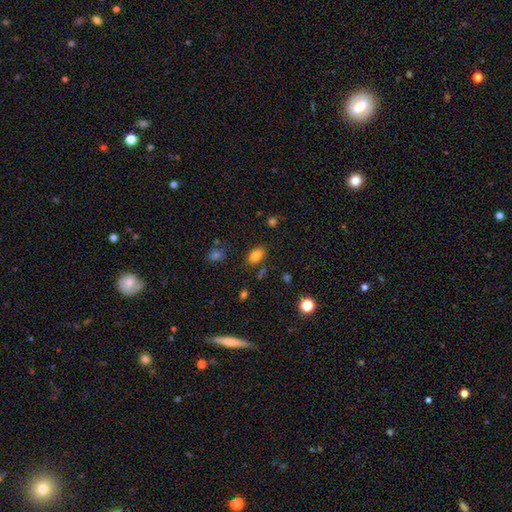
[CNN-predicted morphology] Smooth or featured?
  - smooth: 82% *
  - star or artifact: 11%
  - featured or disk: 8%
How rounded?
  - in between: 88% *
  - round: 10%
  - cigar-shaped: 2%
Merging?
  - none: 81% *
  - minor disturbance: 12%
  - merger: 4%
  - major disturbance: 3%